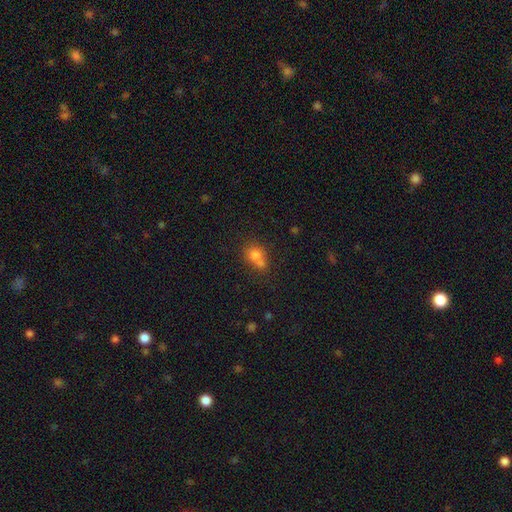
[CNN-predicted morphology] Overall: smooth (73%). How rounded: round (73%). Merging: merger (51%; none 35%).